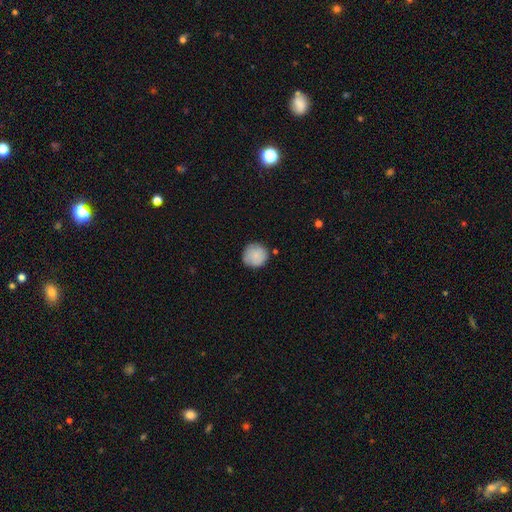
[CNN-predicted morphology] A smooth galaxy with no disk features (83%) that is round (94%).

Vote fractions:
- Smooth or featured? smooth: 83% / featured or disk: 11% / star or artifact: 6%
- How rounded? round: 94% / in between: 5% / cigar-shaped: 1%
- Merging? none: 81% / minor disturbance: 14% / major disturbance: 3% / merger: 2%